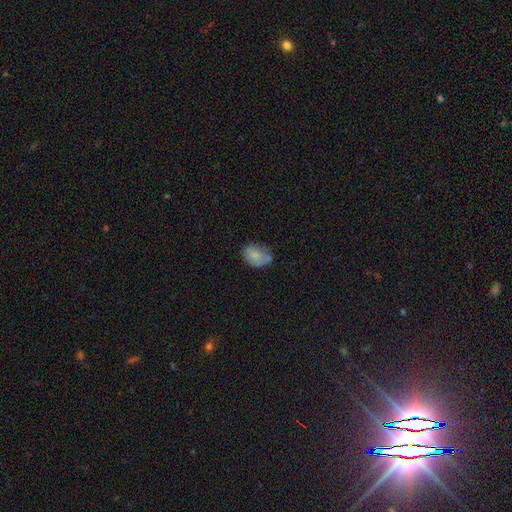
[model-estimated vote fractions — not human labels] Morphology: type=smooth (76%); roundness=in between (70%); merging=none (54%).